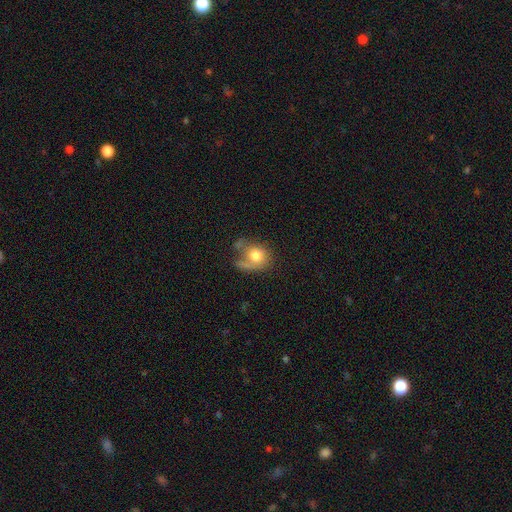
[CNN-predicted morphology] This is likely a smooth galaxy (70%). How rounded: likely round (63%). Merging: marginally none (38%).